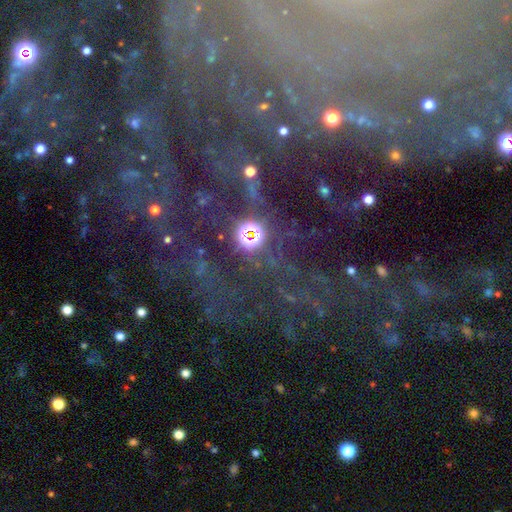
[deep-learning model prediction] star or artifact 51%, featured or disk 35%, smooth 14%.